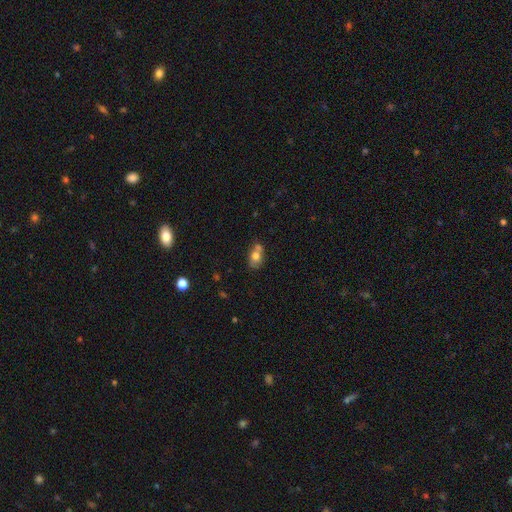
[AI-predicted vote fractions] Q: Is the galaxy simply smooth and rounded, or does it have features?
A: smooth — 72%.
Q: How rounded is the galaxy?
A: in between — 68%.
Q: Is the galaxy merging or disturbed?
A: merger — 41%.